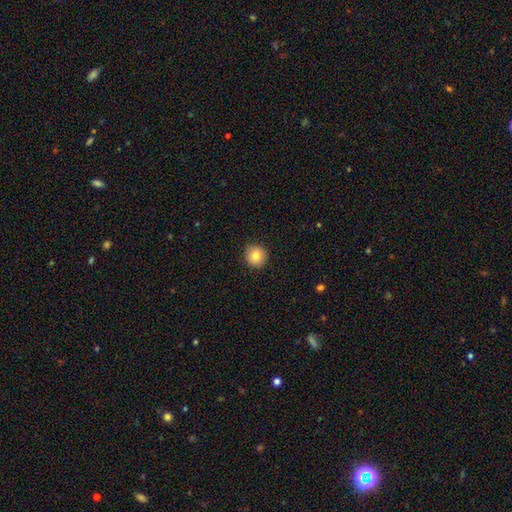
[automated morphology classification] Smooth or featured?
  - smooth: 83% *
  - star or artifact: 9%
  - featured or disk: 8%
How rounded?
  - round: 93% *
  - in between: 6%
  - cigar-shaped: 1%
Merging?
  - none: 92% *
  - minor disturbance: 6%
  - major disturbance: 2%
  - merger: 1%